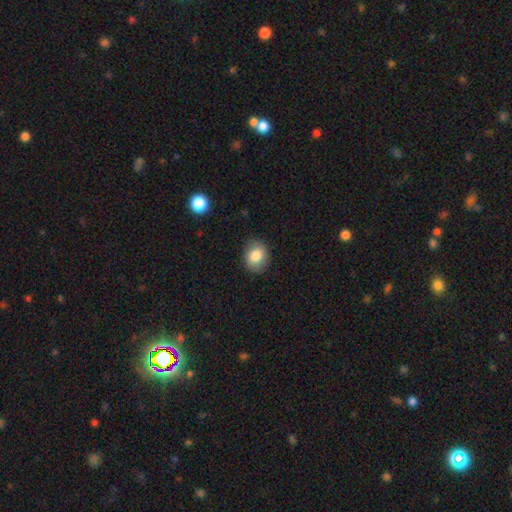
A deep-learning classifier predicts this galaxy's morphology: Smooth or featured? smooth (83%)
How rounded? round (51%)
Merging? none (85%)